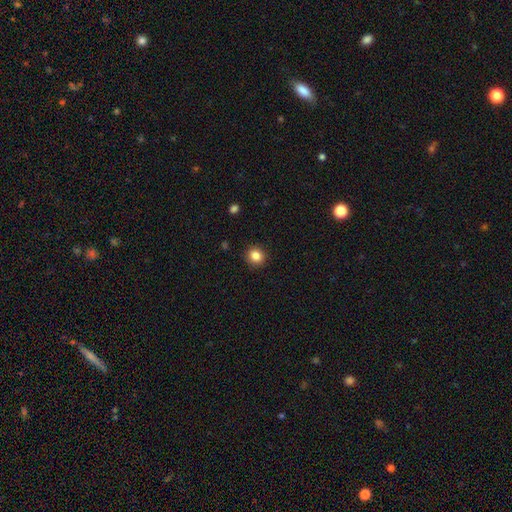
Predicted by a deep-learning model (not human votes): Smooth or featured? smooth (85%)
How rounded? round (86%)
Merging? none (91%)